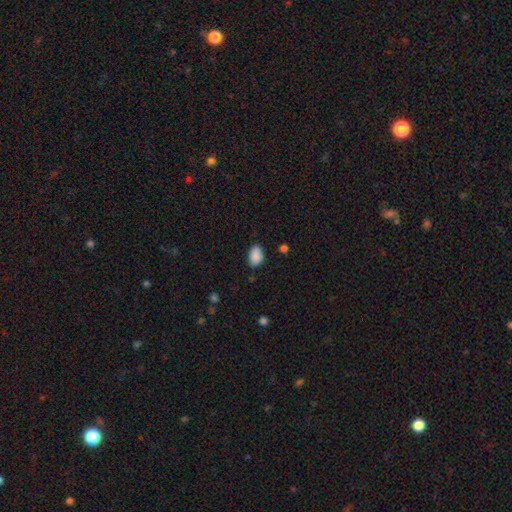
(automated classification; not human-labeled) Smooth or featured? Predicted: smooth (p=0.89). How rounded? Predicted: in between (p=0.90). Merging? Predicted: none (p=0.82).